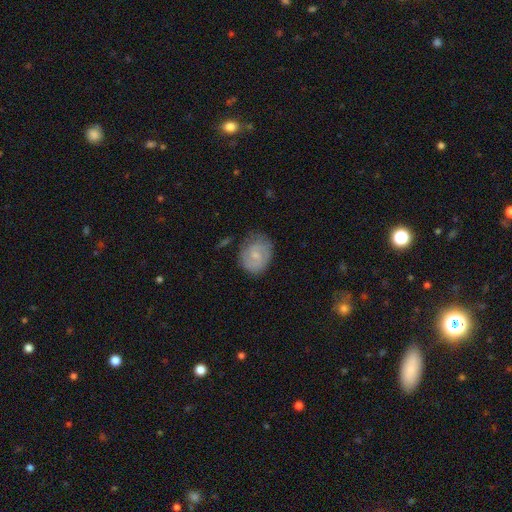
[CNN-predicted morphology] Smooth or featured?
  - featured or disk: 52% *
  - smooth: 41%
  - star or artifact: 7%
Edge-on disk?
  - no: 97% *
  - yes: 3%
Bar?
  - weak: 47% * (tied)
  - no: 47% * (tied)
  - strong: 7%
Spiral arms?
  - yes: 82% *
  - no: 18%
Bulge size?
  - small: 60% *
  - moderate: 30%
  - none: 7%
  - large: 1%
  - dominant: 1%
Merging?
  - none: 71% *
  - minor disturbance: 21%
  - major disturbance: 6%
  - merger: 2%